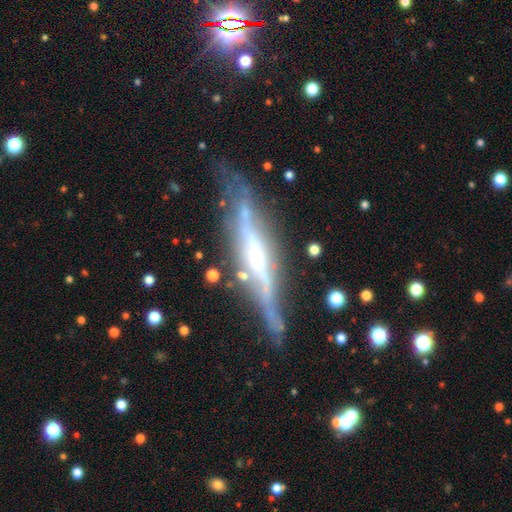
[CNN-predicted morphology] Smooth or featured? featured or disk (80%)
Edge-on disk? yes (91%)
Edge-on bulge? rounded (45%)
Merging? none (69%)